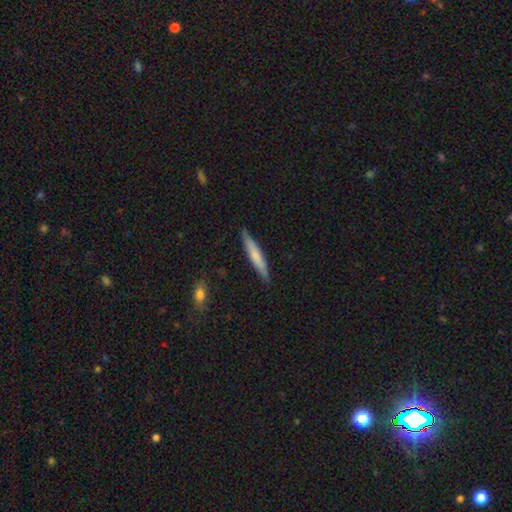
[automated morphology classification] smooth 66%, featured or disk 28%, star or artifact 6%. Down the decision tree: how rounded — cigar-shaped (93%); merging — none (88%).